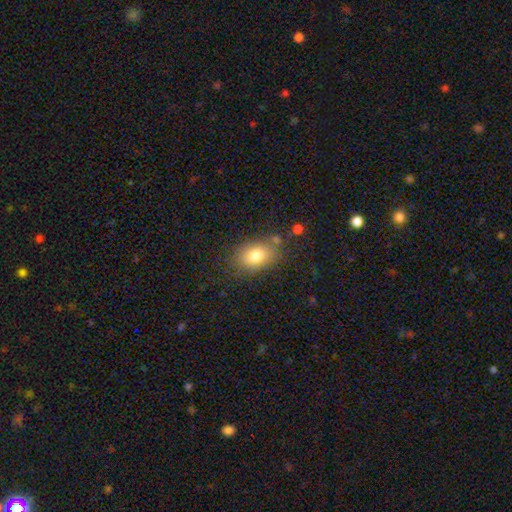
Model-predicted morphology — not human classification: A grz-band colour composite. It shows a smooth galaxy with no disk features (79%) that is in between round and cigar-shaped (77%). Merging: none (75%).